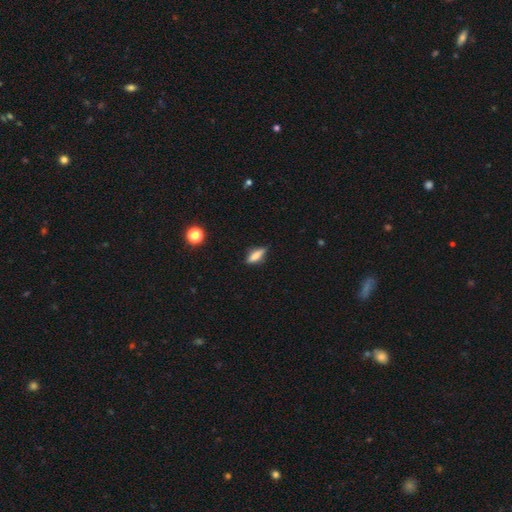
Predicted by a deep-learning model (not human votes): Q: Smooth or featured?
A: smooth (64%); runner-up: featured or disk (27%)
Q: How rounded?
A: in between (50%); runner-up: cigar-shaped (46%)
Q: Merging?
A: none (79%); runner-up: minor disturbance (16%)